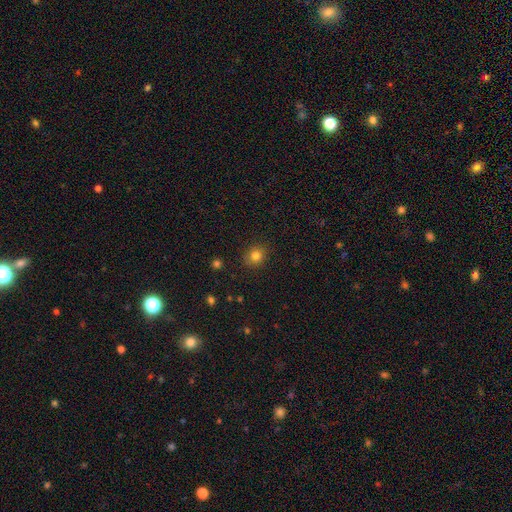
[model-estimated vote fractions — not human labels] This appears to be a smooth galaxy with no disk features (80%) that is round (78%). Merging: none (87%).